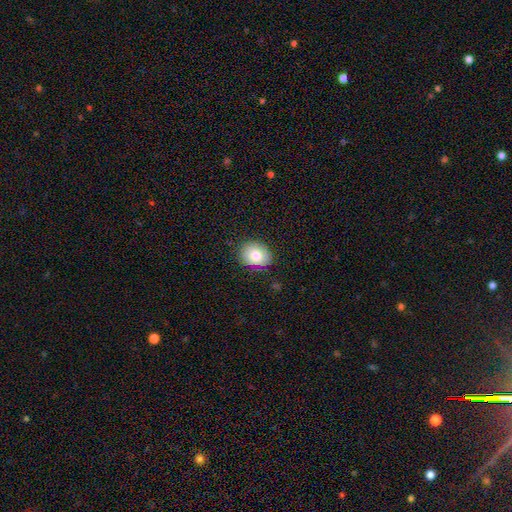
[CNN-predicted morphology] Smooth or featured?
  - smooth: 78% *
  - featured or disk: 13%
  - star or artifact: 9%
How rounded?
  - round: 58% *
  - in between: 41%
  - cigar-shaped: 1%
Merging?
  - none: 84% *
  - minor disturbance: 12%
  - major disturbance: 3%
  - merger: 1%